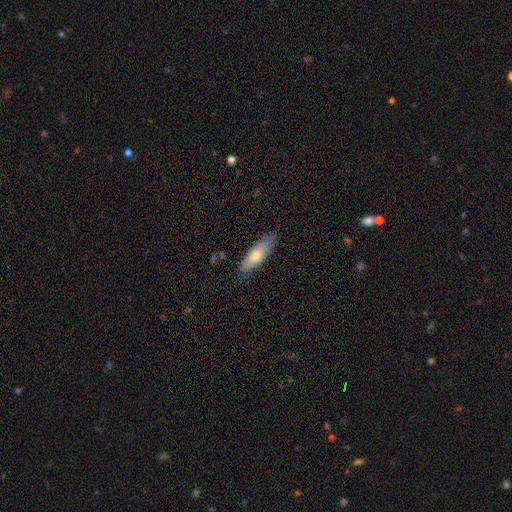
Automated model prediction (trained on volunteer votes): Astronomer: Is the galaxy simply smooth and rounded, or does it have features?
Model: smooth — 71%.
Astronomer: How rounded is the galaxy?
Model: cigar-shaped — 50% (runner-up: in between, 48%).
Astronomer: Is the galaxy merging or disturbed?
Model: none — 84%.